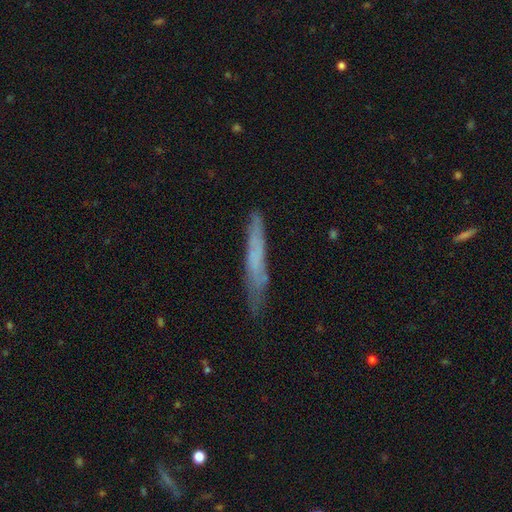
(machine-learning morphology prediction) A smooth galaxy with no disk features (52%) that is cigar-shaped (95%).

Vote fractions:
- Smooth or featured? smooth: 52% / featured or disk: 40% / star or artifact: 8%
- How rounded? cigar-shaped: 95% / in between: 4% / round: 1%
- Merging? none: 78% / minor disturbance: 17% / major disturbance: 3% / merger: 2%